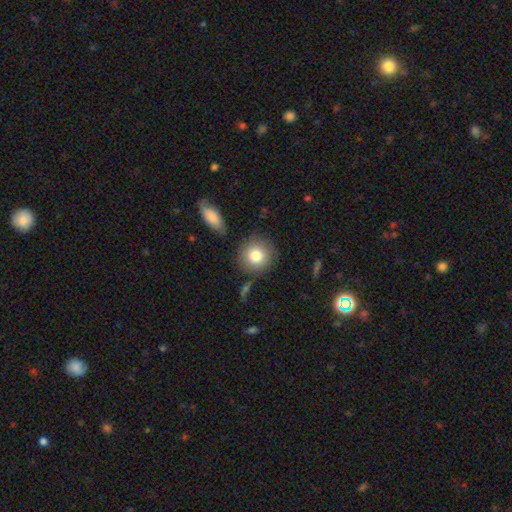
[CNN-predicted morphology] A smooth galaxy with no disk features (81%) that is round (92%). Merging: none (84%).